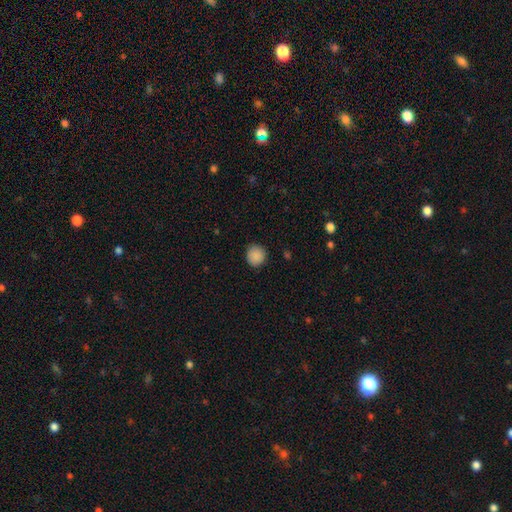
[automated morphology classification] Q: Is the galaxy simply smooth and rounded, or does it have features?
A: smooth — 89%.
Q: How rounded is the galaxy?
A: round — 90%.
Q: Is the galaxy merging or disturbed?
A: none — 88%.